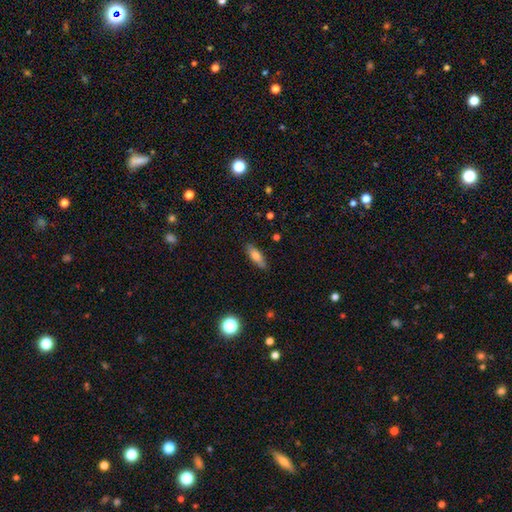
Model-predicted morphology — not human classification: smooth-or-featured: smooth: 71% | featured or disk: 21% | star or artifact: 7%
  how-rounded: in between: 57% | cigar-shaped: 41% | round: 3%
  merging: none: 87% | minor disturbance: 10% | major disturbance: 2% | merger: 1%